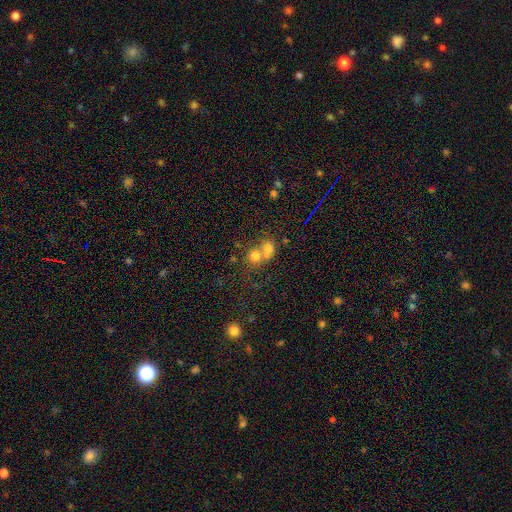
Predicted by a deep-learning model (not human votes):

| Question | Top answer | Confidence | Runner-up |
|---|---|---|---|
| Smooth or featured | smooth | 70% | featured or disk (16%) |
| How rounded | round | 77% | in between (22%) |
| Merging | merger | 62% | none (29%) |